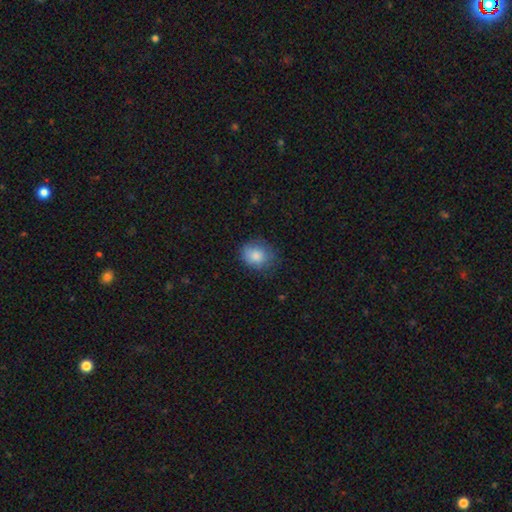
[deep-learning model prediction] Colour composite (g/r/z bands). It shows a smooth galaxy with no disk features (84%) that is round (62%). Merging: none (70%).